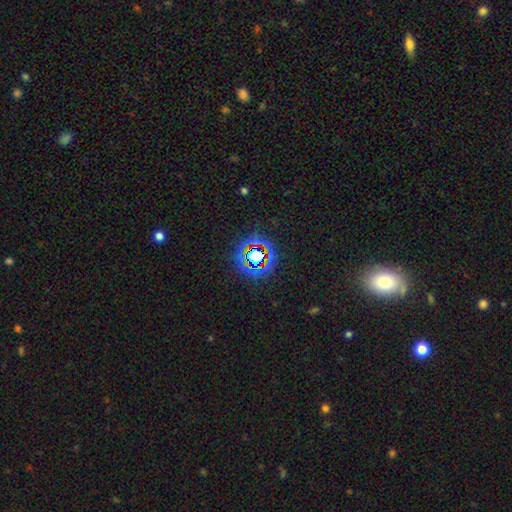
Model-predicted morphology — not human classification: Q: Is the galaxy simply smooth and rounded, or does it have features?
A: star or artifact — 67%.